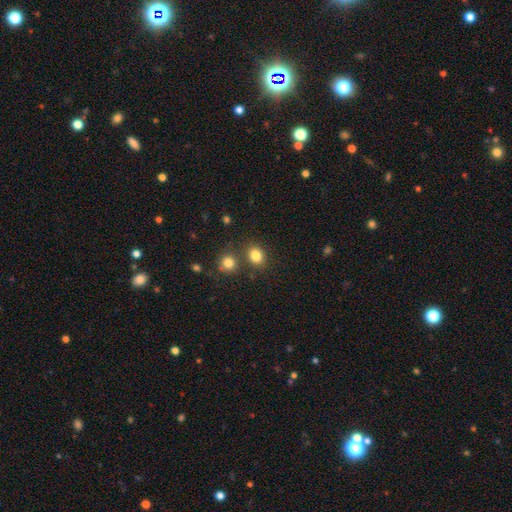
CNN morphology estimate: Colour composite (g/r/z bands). It shows a smooth galaxy with no disk features (83%) that is round (61%). Merging: none (75%).